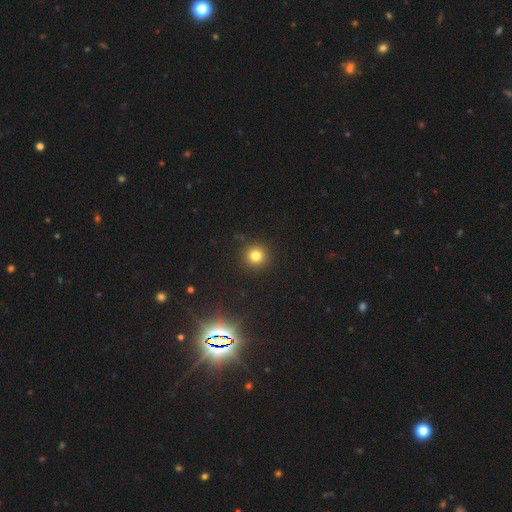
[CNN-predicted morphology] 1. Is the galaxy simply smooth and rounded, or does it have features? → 80% smooth, 14% star or artifact, 6% featured or disk.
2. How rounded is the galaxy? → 95% round, 4% in between, 1% cigar-shaped.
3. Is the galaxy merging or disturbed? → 92% none, 5% minor disturbance, 2% major disturbance, 1% merger.